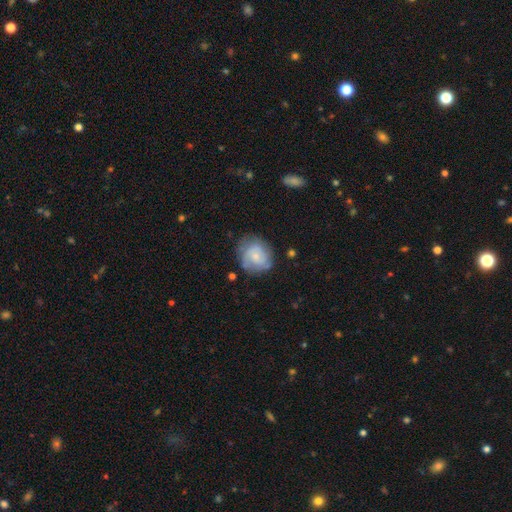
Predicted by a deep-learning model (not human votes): smooth 51%, featured or disk 41%, star or artifact 8%. Down the decision tree: how rounded — round (71%); merging — none (62%).